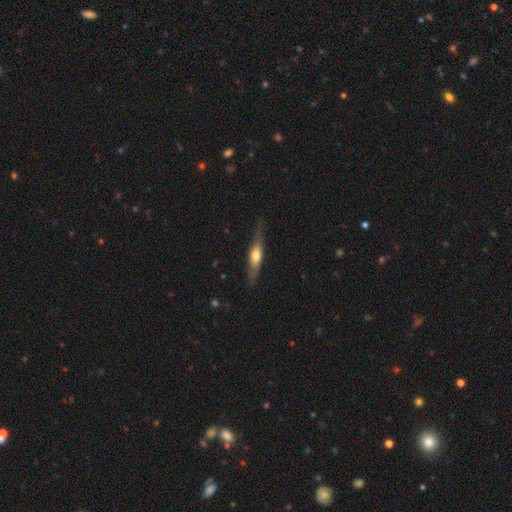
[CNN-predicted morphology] Overall: featured or disk (48%; smooth 46%). Merging: none (71%).